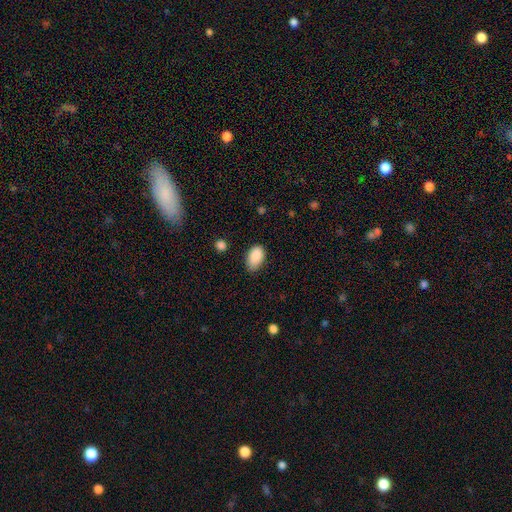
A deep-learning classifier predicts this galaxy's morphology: This appears to be a smooth galaxy with no disk features (89%) that is in between round and cigar-shaped (92%). Merging: none (67%).